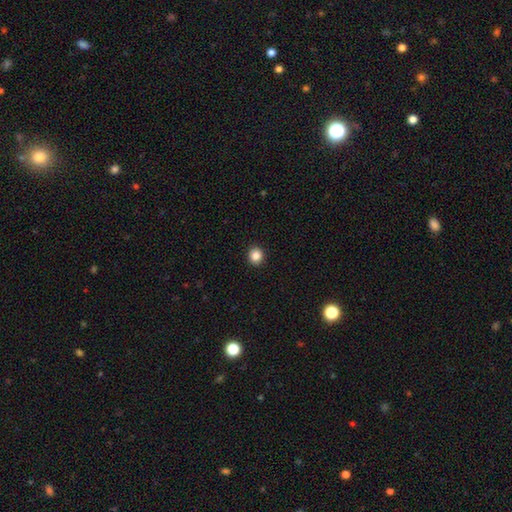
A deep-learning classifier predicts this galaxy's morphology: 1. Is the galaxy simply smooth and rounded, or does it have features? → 86% smooth, 11% star or artifact, 4% featured or disk.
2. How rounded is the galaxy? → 87% round, 12% in between, 1% cigar-shaped.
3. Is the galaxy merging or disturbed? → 93% none, 5% minor disturbance, 2% major disturbance, 1% merger.